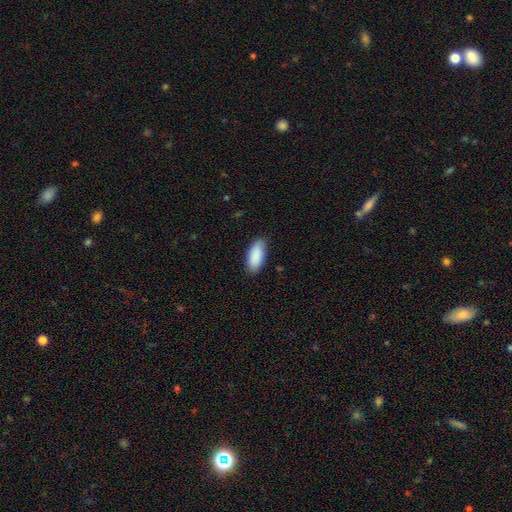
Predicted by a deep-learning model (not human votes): Smooth or featured? Predicted: smooth (p=0.90). How rounded? Predicted: in between (p=0.89). Merging? Predicted: none (p=0.84).